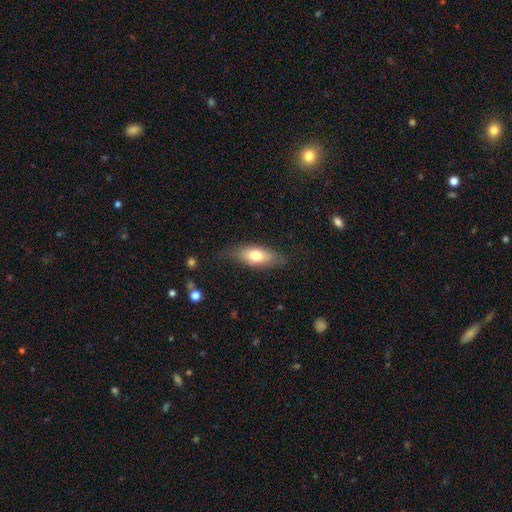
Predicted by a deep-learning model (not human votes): The model was most divided on "smooth or featured": smooth: 70%, featured or disk: 24%, star or artifact: 6%. More confident: how rounded — in between (78%); merging — none (74%).